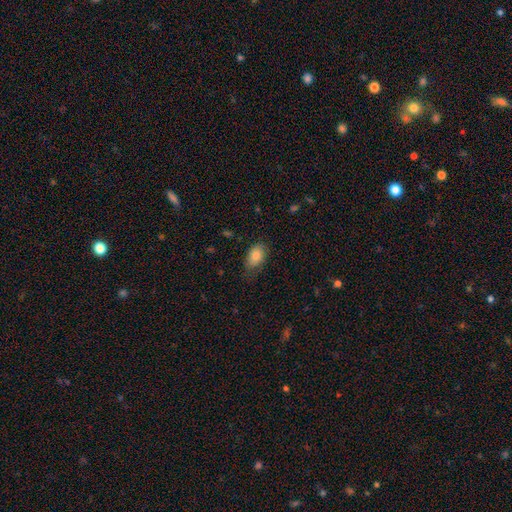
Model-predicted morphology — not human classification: smooth-or-featured: smooth: 84% | featured or disk: 8% | star or artifact: 8%
  how-rounded: in between: 89% | round: 9% | cigar-shaped: 1%
  merging: none: 64% | minor disturbance: 27% | major disturbance: 8% | merger: 1%